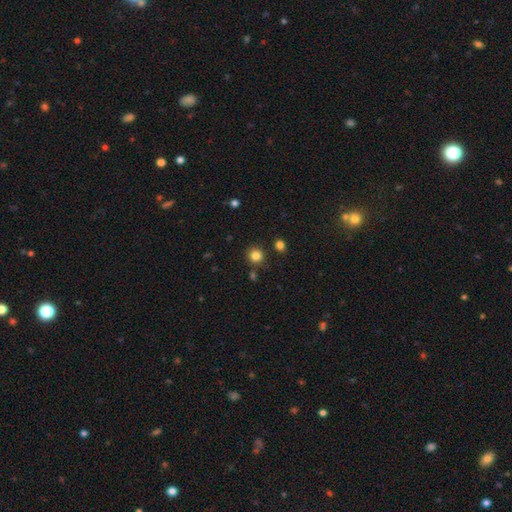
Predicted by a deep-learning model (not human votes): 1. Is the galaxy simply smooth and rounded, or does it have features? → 83% smooth, 13% star or artifact, 4% featured or disk.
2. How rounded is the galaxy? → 92% round, 7% in between, 1% cigar-shaped.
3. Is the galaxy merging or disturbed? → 85% none, 7% minor disturbance, 5% merger, 3% major disturbance.